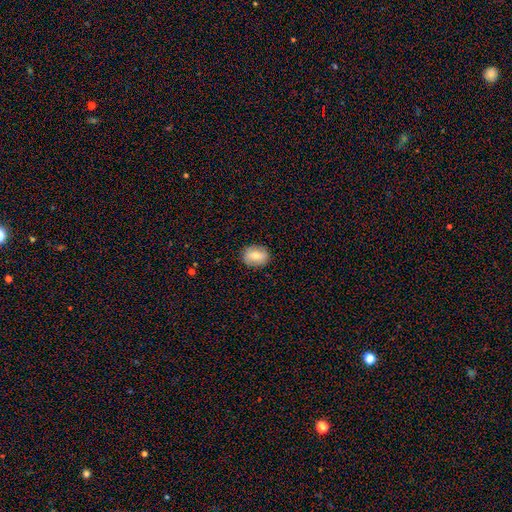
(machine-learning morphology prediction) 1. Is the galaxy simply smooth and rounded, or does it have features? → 76% smooth, 17% featured or disk, 8% star or artifact.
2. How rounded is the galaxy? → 62% in between, 36% round, 1% cigar-shaped.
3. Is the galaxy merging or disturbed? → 87% none, 10% minor disturbance, 2% major disturbance, 1% merger.